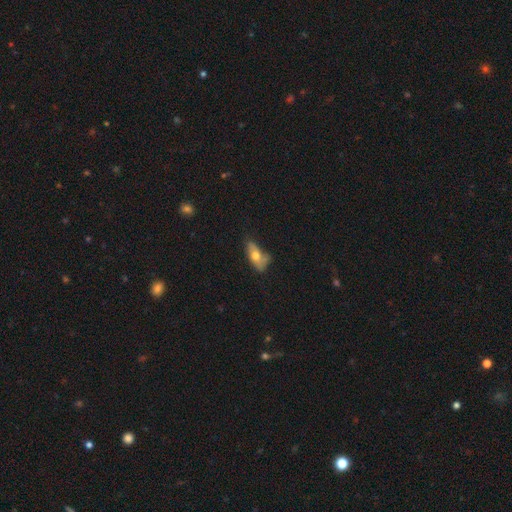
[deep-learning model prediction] A smooth galaxy with no disk features (60%) that is in between round and cigar-shaped (83%).

Vote fractions:
- Smooth or featured? smooth: 60% / featured or disk: 32% / star or artifact: 8%
- How rounded? in between: 83% / cigar-shaped: 12% / round: 5%
- Merging? none: 39% / minor disturbance: 35% / major disturbance: 19% / merger: 6%